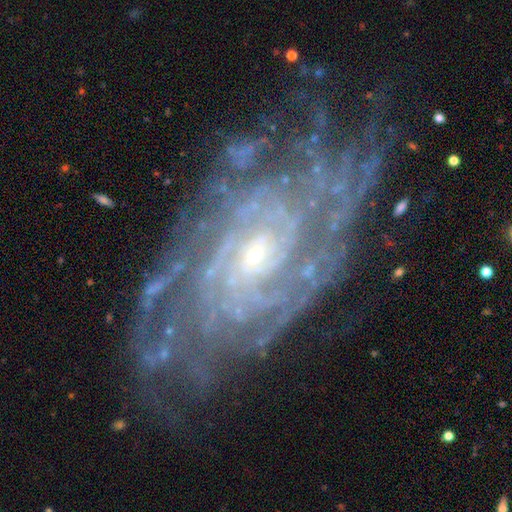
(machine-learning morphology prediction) A featured or disk galaxy (90%) with no bar (63%), tight (74%) spiral arms (97%) and a small central bulge (80%).

Vote fractions:
- Smooth or featured? featured or disk: 90% / star or artifact: 6% / smooth: 4%
- Edge-on disk? no: 96% / yes: 4%
- Bar? no: 63% / weak: 27% / strong: 10%
- Spiral arms? yes: 97% / no: 3%
- Spiral winding? tight: 74% / medium: 22% / loose: 5%
- Spiral arm count? can't tell: 28% / more than 4: 21% / 4: 17% / 2: 16% / 3: 12% / 1: 7%
- Bulge size? small: 80% / moderate: 16% / none: 2% / large: 1% / dominant: 1%
- Merging? none: 68% / minor disturbance: 18% / major disturbance: 12% / merger: 2%